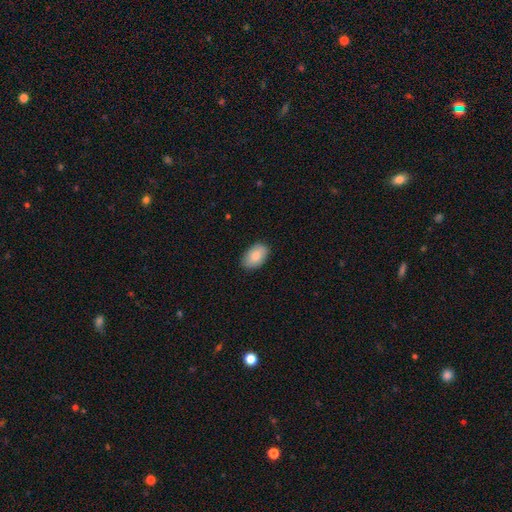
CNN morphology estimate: Smooth or featured: smooth — 85% (featured or disk — 9%)
How rounded: in between — 91% (round — 8%)
Merging: none — 87% (minor disturbance — 10%)